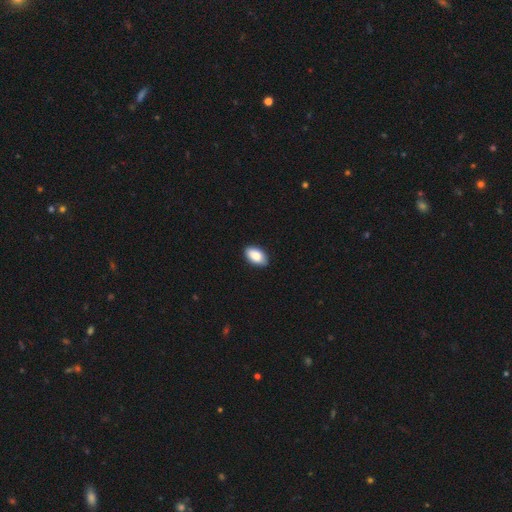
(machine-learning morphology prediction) Smooth or featured?
  - smooth: 86% *
  - featured or disk: 8%
  - star or artifact: 6%
How rounded?
  - in between: 94% *
  - round: 4%
  - cigar-shaped: 2%
Merging?
  - none: 88% *
  - minor disturbance: 10%
  - major disturbance: 2%
  - merger: 1%